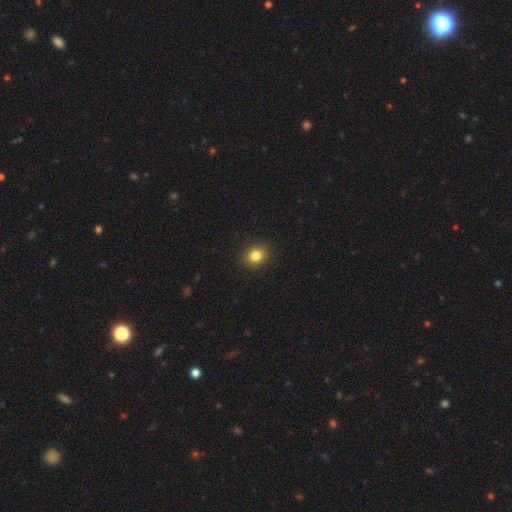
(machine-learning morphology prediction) Overall: smooth (83%). How rounded: round (66%; in between 33%). Merging: none (92%).